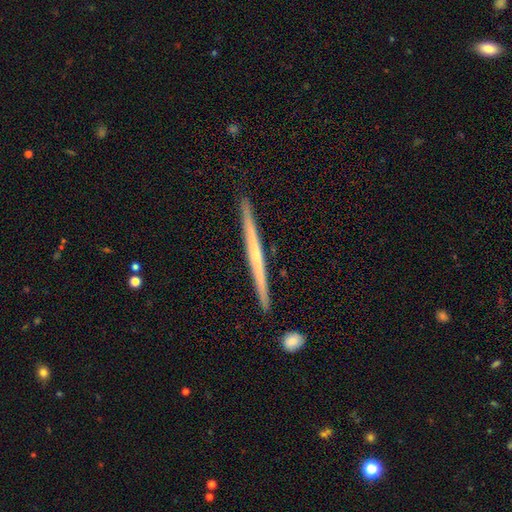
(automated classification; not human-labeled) Overall: featured or disk (64%; smooth 30%). Edge-on disk: yes (98%). Edge-on bulge: none (74%). Merging: none (91%).